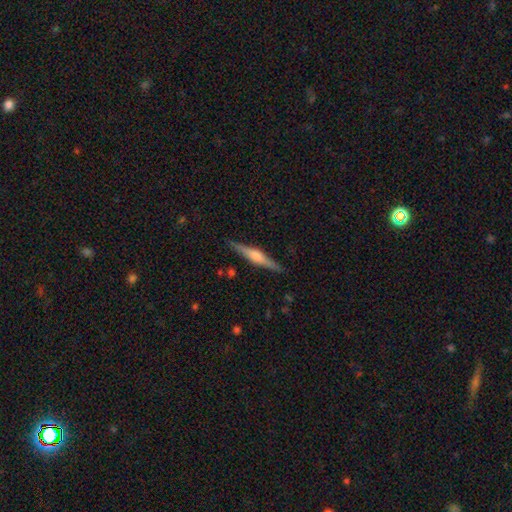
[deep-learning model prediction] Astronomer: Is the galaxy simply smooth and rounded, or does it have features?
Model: featured or disk — 75%.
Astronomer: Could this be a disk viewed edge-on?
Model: yes — 98%.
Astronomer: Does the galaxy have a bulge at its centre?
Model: rounded — 74%.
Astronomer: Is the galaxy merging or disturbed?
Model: none — 90%.